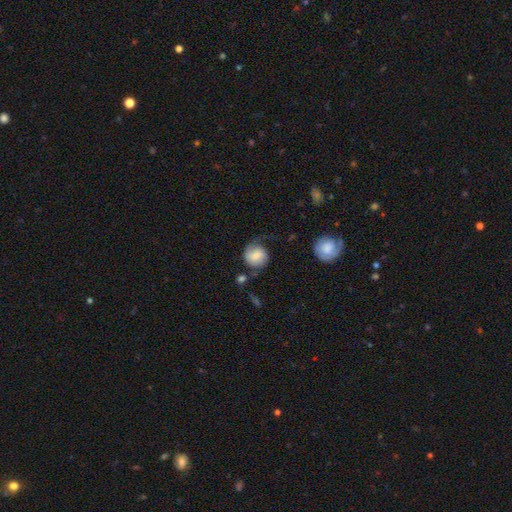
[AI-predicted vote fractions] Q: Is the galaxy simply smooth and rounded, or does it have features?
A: smooth — 63%.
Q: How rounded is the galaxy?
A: round — 81%.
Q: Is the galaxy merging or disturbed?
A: none — 43%.